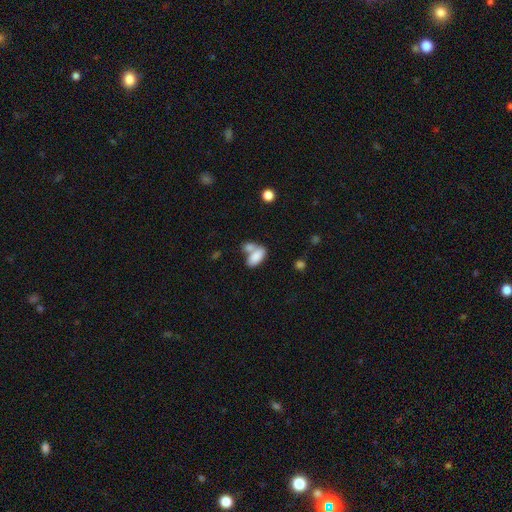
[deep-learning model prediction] smooth_or_featured: smooth (p=0.83) [alt: featured or disk p=0.09]
how_rounded: in between (p=0.92) [alt: cigar-shaped p=0.04]
merging: merger (p=0.52) [alt: none p=0.32]